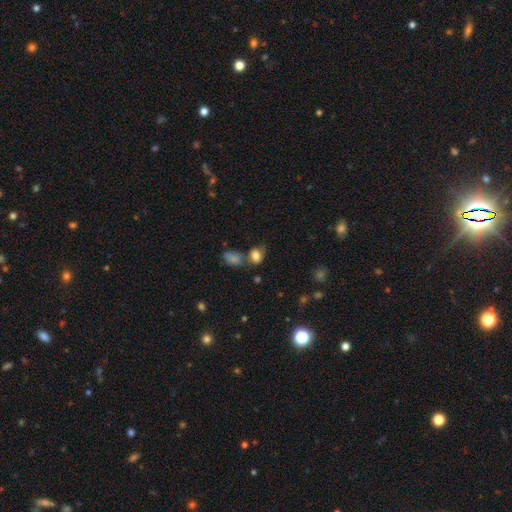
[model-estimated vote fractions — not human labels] Smooth or featured? Predicted: smooth (p=0.79). How rounded? Predicted: in between (p=0.70). Merging? Predicted: none (p=0.46).